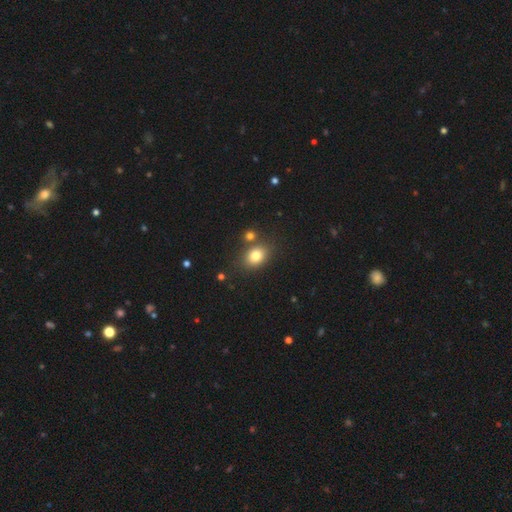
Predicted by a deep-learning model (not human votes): Smooth or featured: smooth — 81% (star or artifact — 11%)
How rounded: in between — 62% (round — 37%)
Merging: none — 71% (merger — 14%)